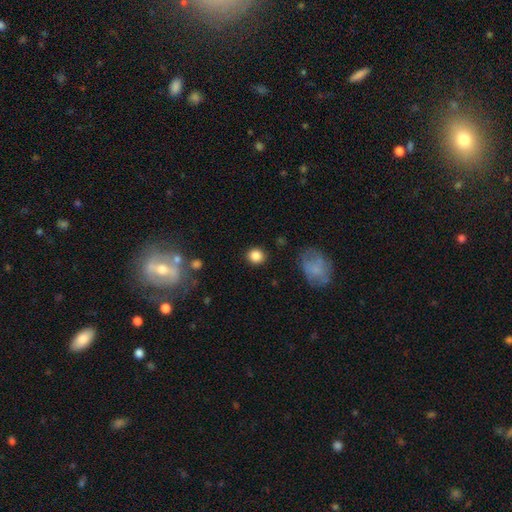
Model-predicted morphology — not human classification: Overall: smooth (85%). How rounded: round (85%). Merging: none (89%).